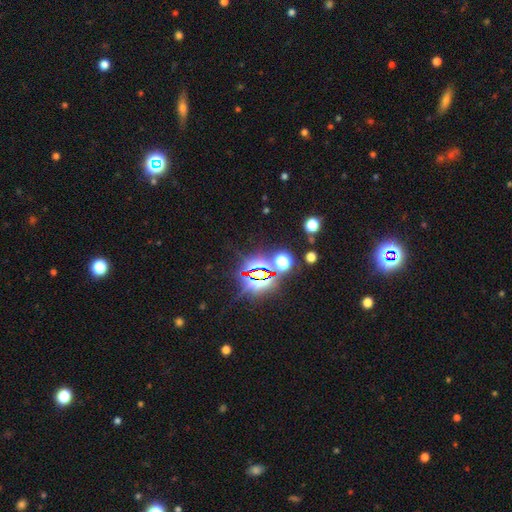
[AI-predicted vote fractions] star or artifact 80%, smooth 12%, featured or disk 8%.